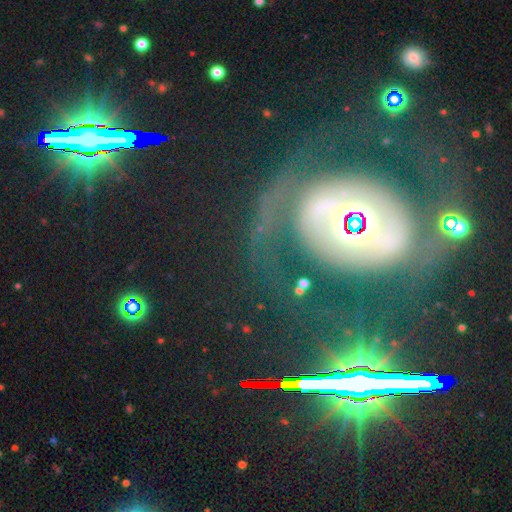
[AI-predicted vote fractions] Overall: featured or disk (49%; star or artifact 34%). Merging: none (68%).